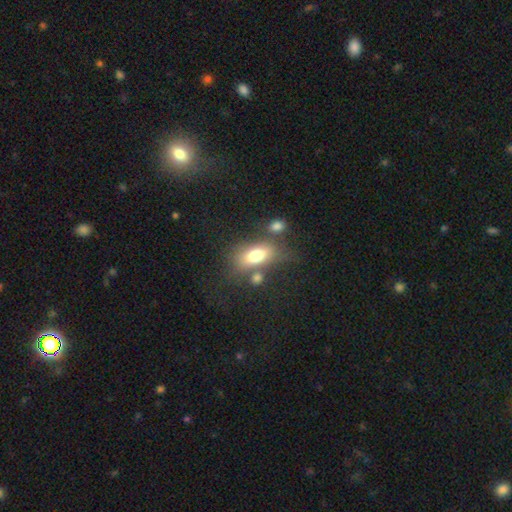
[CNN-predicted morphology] smooth 75%, featured or disk 17%, star or artifact 9%. Down the decision tree: how rounded — in between (83%); merging — none (54%).